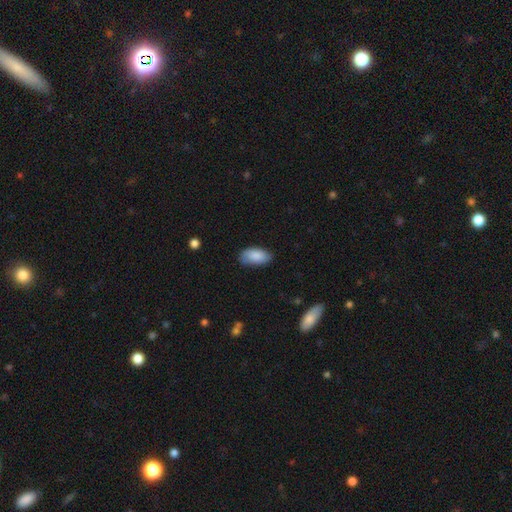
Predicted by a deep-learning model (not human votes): Smooth or featured? smooth (86%)
How rounded? in between (94%)
Merging? none (77%)